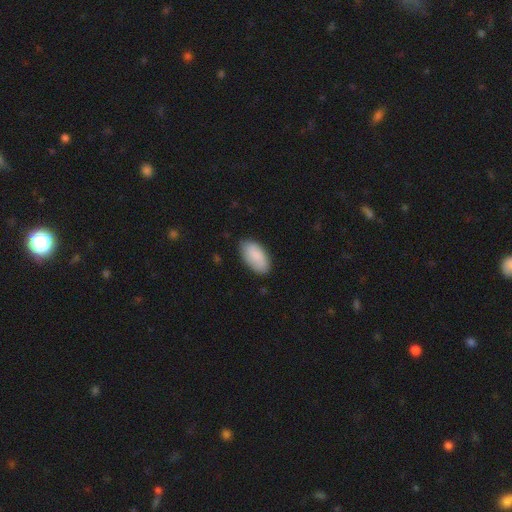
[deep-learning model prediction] A smooth galaxy with no disk features (84%) that is in between round and cigar-shaped (95%).

Vote fractions:
- Smooth or featured? smooth: 84% / featured or disk: 10% / star or artifact: 6%
- How rounded? in between: 95% / cigar-shaped: 3% / round: 2%
- Merging? none: 81% / minor disturbance: 15% / major disturbance: 3% / merger: 1%